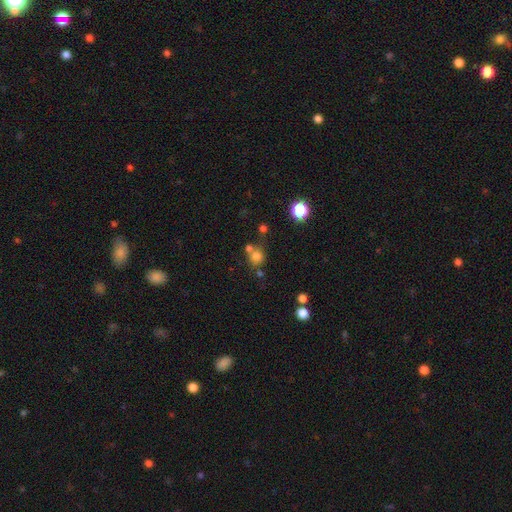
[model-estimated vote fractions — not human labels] Smooth or featured? smooth (74%)
How rounded? round (85%)
Merging? none (58%)